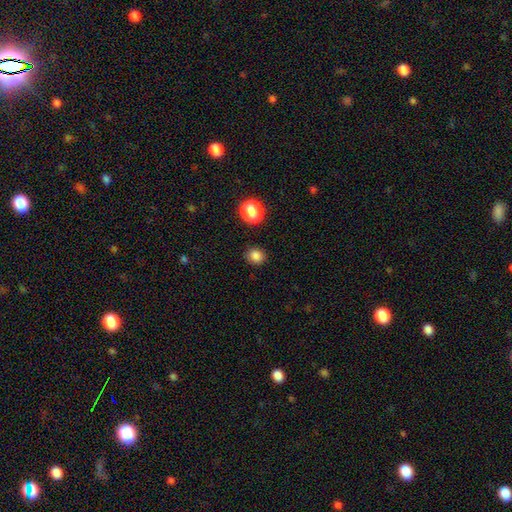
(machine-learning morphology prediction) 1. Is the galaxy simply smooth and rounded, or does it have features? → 83% smooth, 13% star or artifact, 4% featured or disk.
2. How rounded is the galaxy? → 74% round, 25% in between, 1% cigar-shaped.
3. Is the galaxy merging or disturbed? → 87% none, 8% minor disturbance, 3% major disturbance, 2% merger.